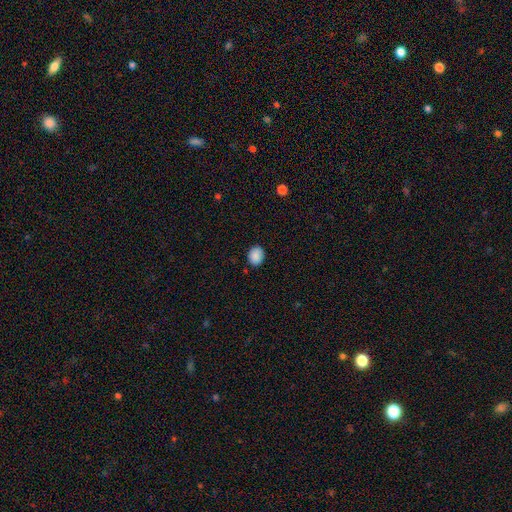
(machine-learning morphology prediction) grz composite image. It shows a smooth galaxy with no disk features (88%) that is in between round and cigar-shaped (51%). Merging: none (87%).